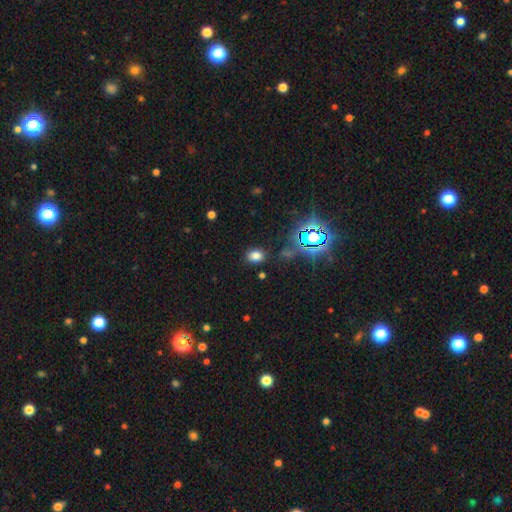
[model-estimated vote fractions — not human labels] Smooth or featured? smooth (73%)
How rounded? in between (63%)
Merging? none (84%)